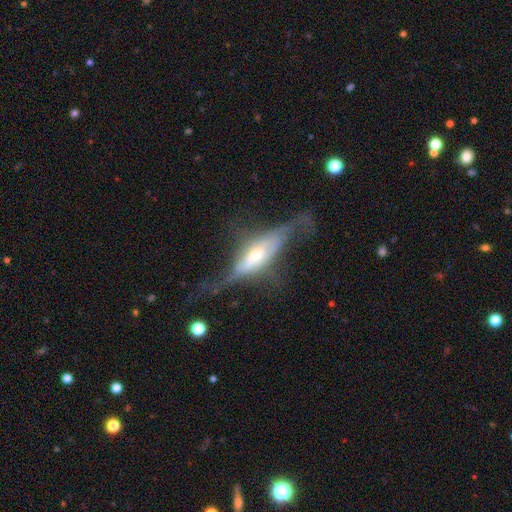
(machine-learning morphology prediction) This appears to be a featured or disk galaxy (69%) viewed edge-on (69%). Merging: none (40%).